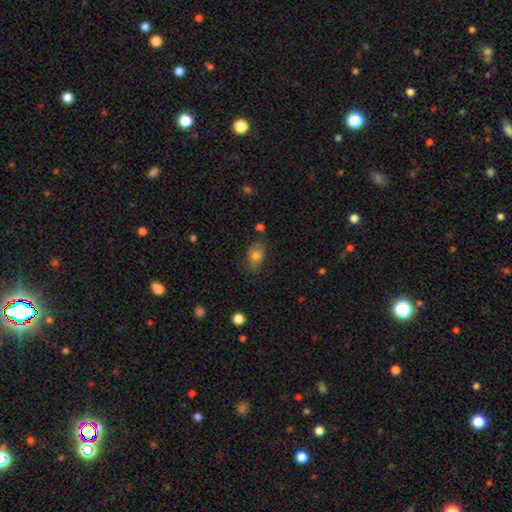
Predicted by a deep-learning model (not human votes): Smooth or featured? Predicted: smooth (p=0.72). How rounded? Predicted: in between (p=0.84). Merging? Predicted: none (p=0.74).